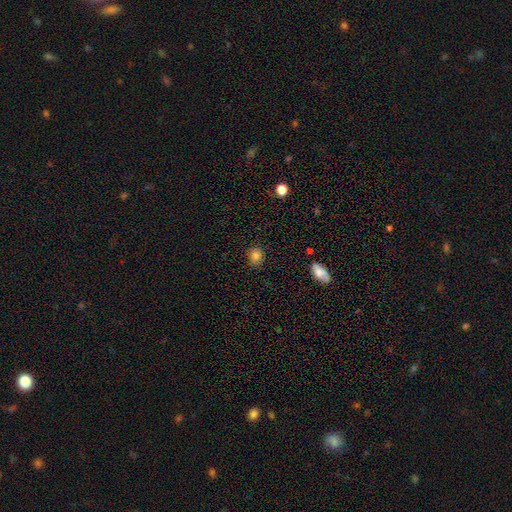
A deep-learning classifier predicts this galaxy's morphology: Smooth or featured: smooth — 81% (star or artifact — 11%)
How rounded: round — 59% (in between — 40%)
Merging: none — 84% (minor disturbance — 13%)